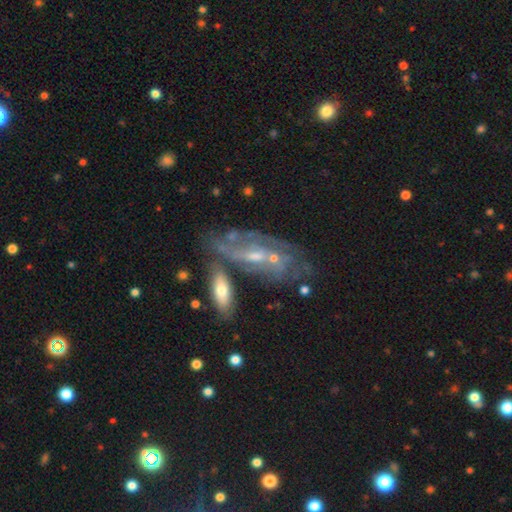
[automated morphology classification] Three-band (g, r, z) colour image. It shows a featured or disk galaxy (70%) with no bar (56%), spiral arms (60%) and a small central bulge (52%). Merging: none (43%).